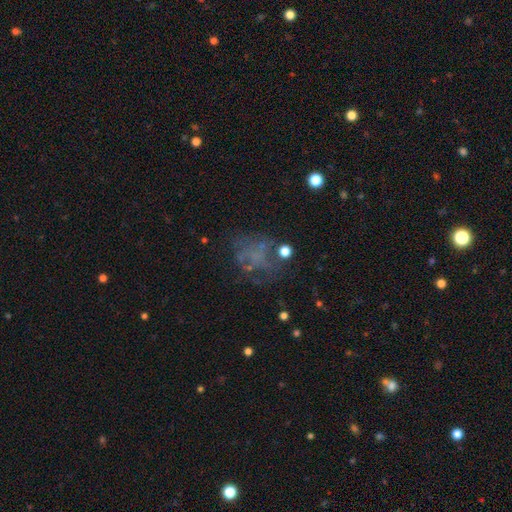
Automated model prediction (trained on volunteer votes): Smooth or featured? featured or disk (42%)
Merging? none (50%)